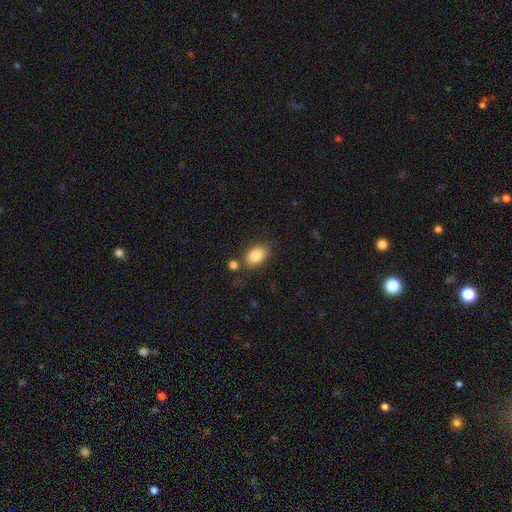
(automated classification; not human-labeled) Smooth or featured? Predicted: smooth (p=0.86). How rounded? Predicted: in between (p=0.88). Merging? Predicted: none (p=0.76).